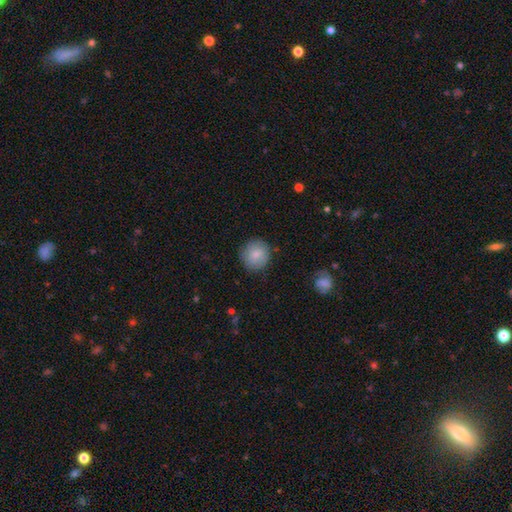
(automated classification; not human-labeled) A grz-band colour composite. It shows a smooth galaxy with no disk features (80%) that is round (88%). Merging: none (84%).